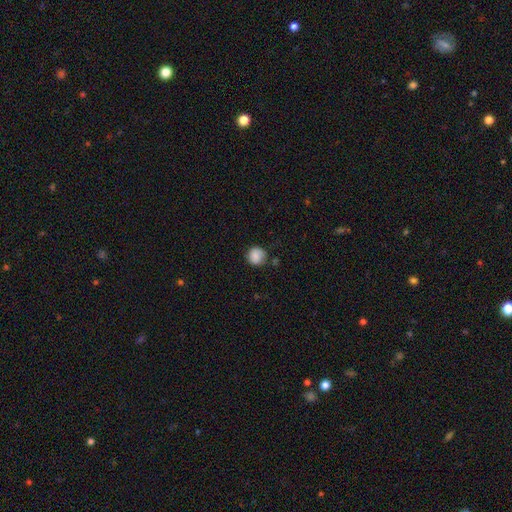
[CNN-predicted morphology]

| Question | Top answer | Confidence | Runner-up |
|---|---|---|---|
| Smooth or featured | smooth | 85% | star or artifact (8%) |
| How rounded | round | 90% | in between (9%) |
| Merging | none | 75% | minor disturbance (18%) |